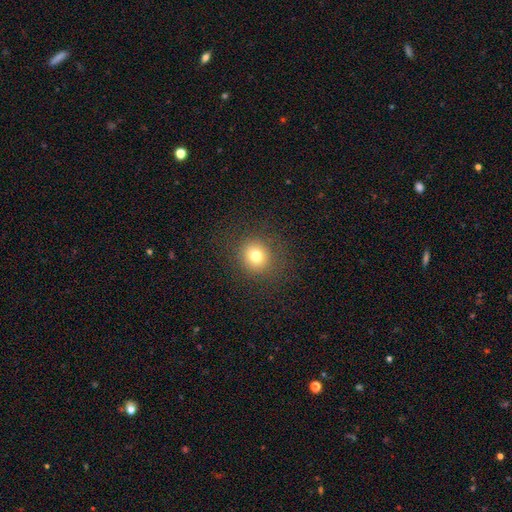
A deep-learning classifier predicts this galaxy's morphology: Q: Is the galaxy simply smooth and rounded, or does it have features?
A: smooth — 76%.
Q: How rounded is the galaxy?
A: round — 88%.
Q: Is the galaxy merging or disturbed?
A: none — 86%.